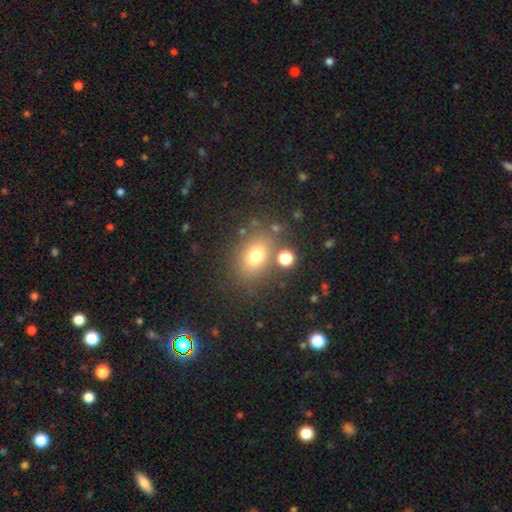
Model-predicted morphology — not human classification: The model was most divided on "how rounded": in between: 65%, round: 33%, cigar-shaped: 2%. More confident: merging — none (75%); smooth or featured — smooth (72%).